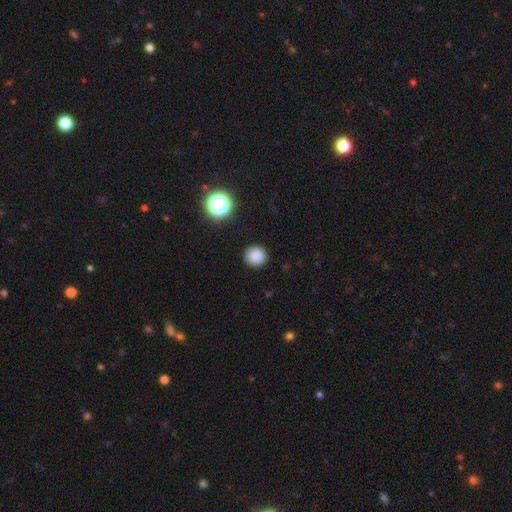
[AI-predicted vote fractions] This is clearly a smooth galaxy (84%). How rounded: clearly round (93%). Merging: clearly none (91%).